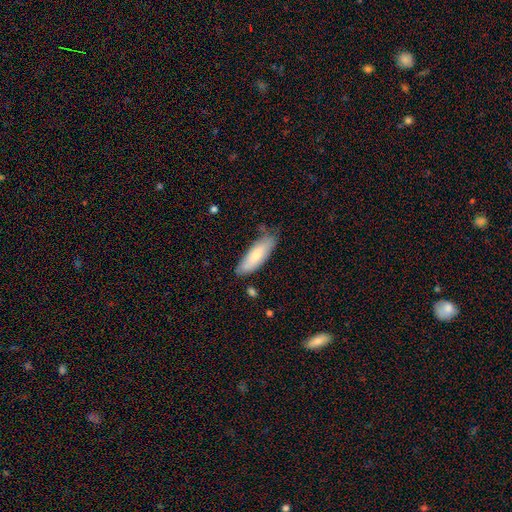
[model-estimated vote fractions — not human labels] Smooth or featured? Predicted: smooth (p=0.75). How rounded? Predicted: in between (p=0.56). Merging? Predicted: none (p=0.73).